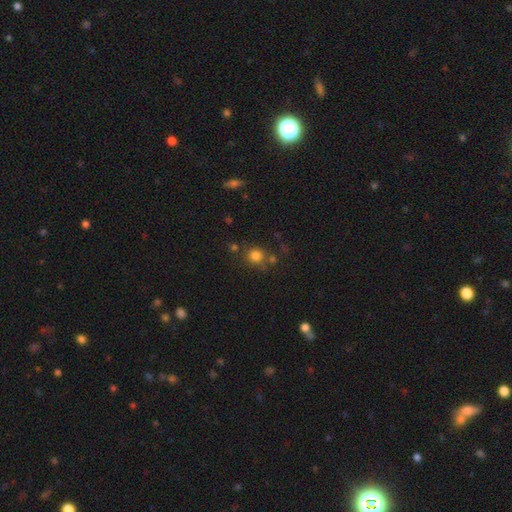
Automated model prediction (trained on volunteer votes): This appears to be a smooth galaxy with no disk features (80%) that is round (87%). Merging: none (70%).